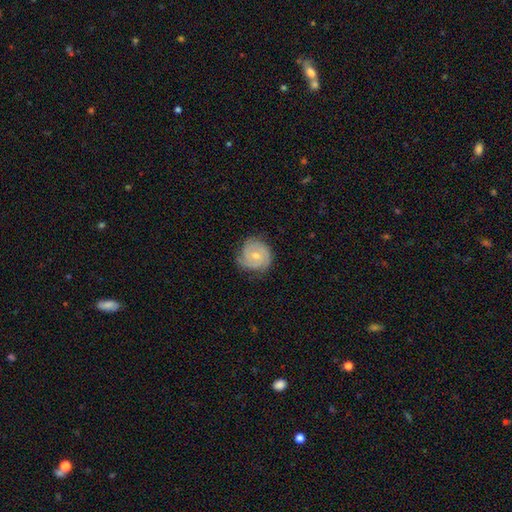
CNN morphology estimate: Overall: featured or disk (74%). Edge-on disk: no (98%). Bar: no (65%; weak 30%). Spiral arms: yes (93%). Spiral arm count: 2 (32%; 3 31%). Spiral winding: tight (69%). Bulge size: moderate (52%; small 44%). Merging: none (72%).